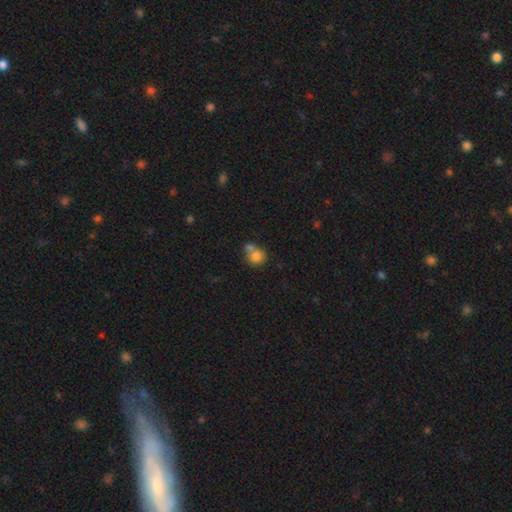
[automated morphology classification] A smooth galaxy with no disk features (80%) that is round (77%). Merging: merger (50%).